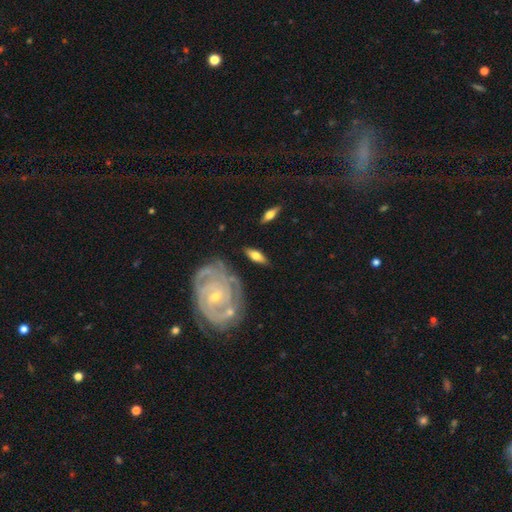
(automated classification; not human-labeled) featured or disk 52%, smooth 42%, star or artifact 6%. Down the decision tree: edge-on disk — no (57%); merging — none (75%).